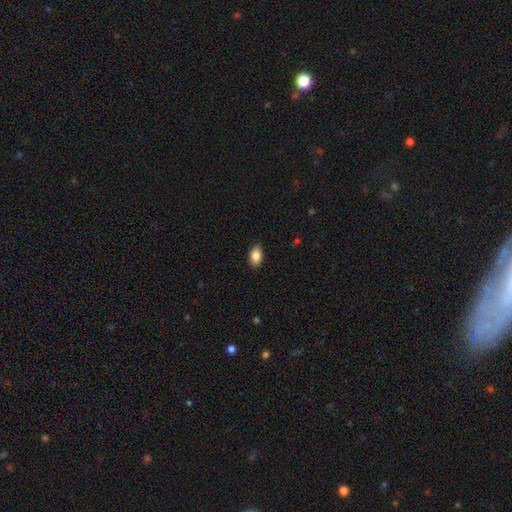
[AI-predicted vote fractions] smooth 86%, star or artifact 8%, featured or disk 7%. Down the decision tree: how rounded — in between (91%); merging — none (89%).